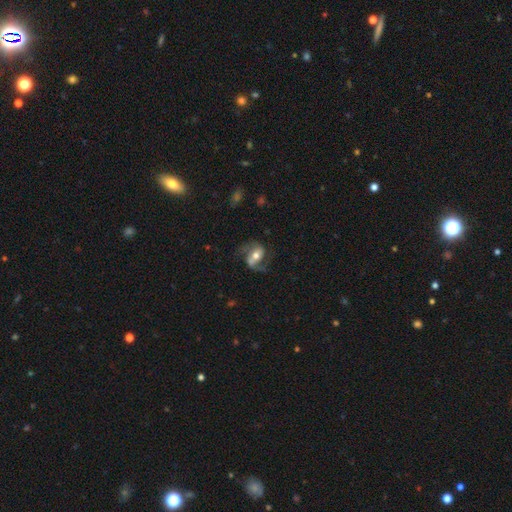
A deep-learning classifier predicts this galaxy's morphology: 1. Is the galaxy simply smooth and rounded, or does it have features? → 74% featured or disk, 19% smooth, 7% star or artifact.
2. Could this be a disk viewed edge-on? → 96% no, 4% yes.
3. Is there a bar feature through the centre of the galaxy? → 35% weak (tied), 35% strong (tied), 29% no.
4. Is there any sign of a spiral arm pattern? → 91% yes, 9% no.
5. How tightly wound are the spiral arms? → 47% medium, 41% loose, 12% tight.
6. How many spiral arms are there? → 87% 2, 7% 1, 4% can't tell, 1% 3, 1% 4, 1% more than 4.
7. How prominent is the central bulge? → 68% moderate, 17% small, 12% large, 2% dominant, 1% none.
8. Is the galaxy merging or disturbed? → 62% none, 17% minor disturbance, 16% major disturbance, 5% merger.